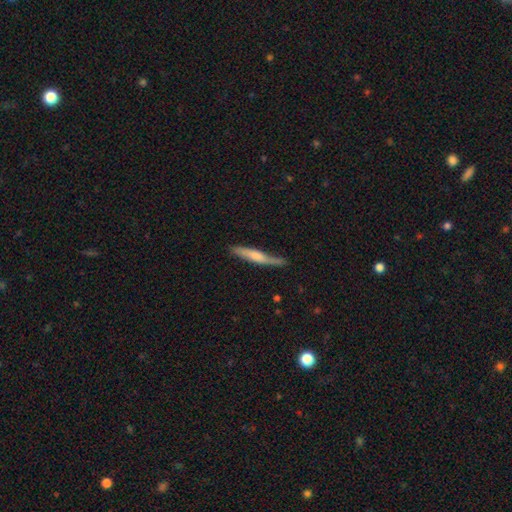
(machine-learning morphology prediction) This is possibly a smooth galaxy (51%). How rounded: clearly cigar-shaped (92%). Merging: likely none (72%).